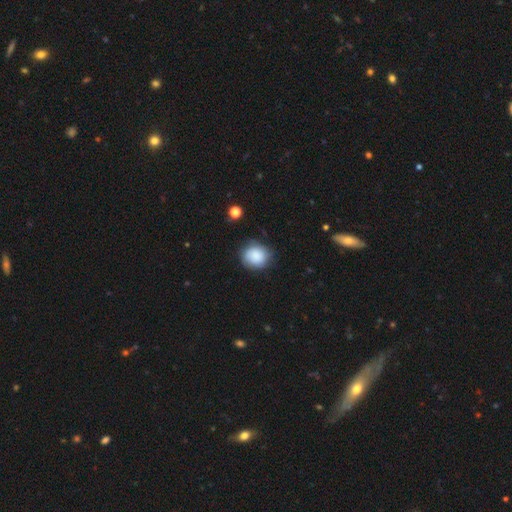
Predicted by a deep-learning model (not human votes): smooth 85%, star or artifact 8%, featured or disk 7%. Down the decision tree: how rounded — round (76%); merging — none (77%).